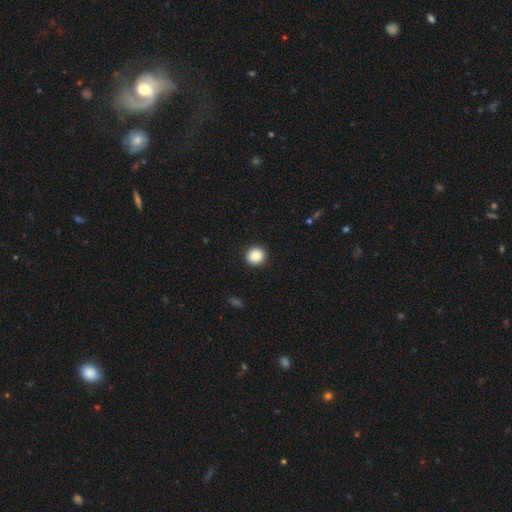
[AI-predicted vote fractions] This appears to be a smooth galaxy with no disk features (86%) that is round (92%). Merging: none (93%).